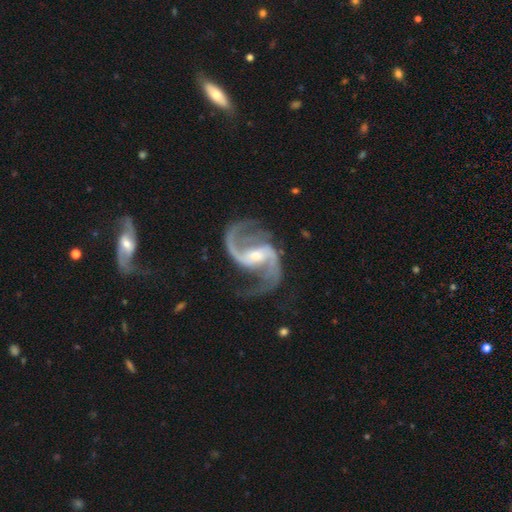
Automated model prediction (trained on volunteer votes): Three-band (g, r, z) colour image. It shows a featured or disk galaxy (94%) with a weak bar (47%), 2 (93%) medium (53%) spiral arms (99%) and a moderate central bulge (51%). Merging: none (75%).